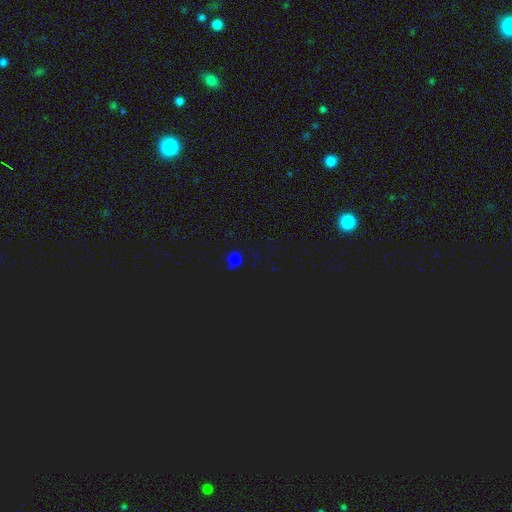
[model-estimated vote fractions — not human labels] smooth 60%, star or artifact 36%, featured or disk 4%. Down the decision tree: how rounded — round (89%); merging — none (85%).